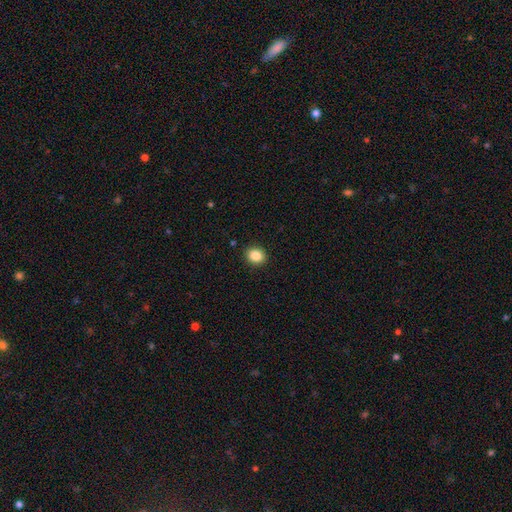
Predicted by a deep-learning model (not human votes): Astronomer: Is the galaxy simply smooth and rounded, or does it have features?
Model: smooth — 86%.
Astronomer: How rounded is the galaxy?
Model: round — 66%.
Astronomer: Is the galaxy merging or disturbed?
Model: none — 91%.